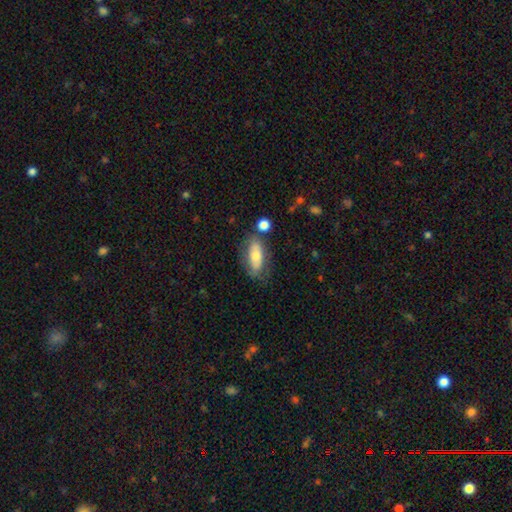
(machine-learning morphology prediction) Smooth or featured? Predicted: smooth (p=0.62). How rounded? Predicted: in between (p=0.78). Merging? Predicted: none (p=0.65).